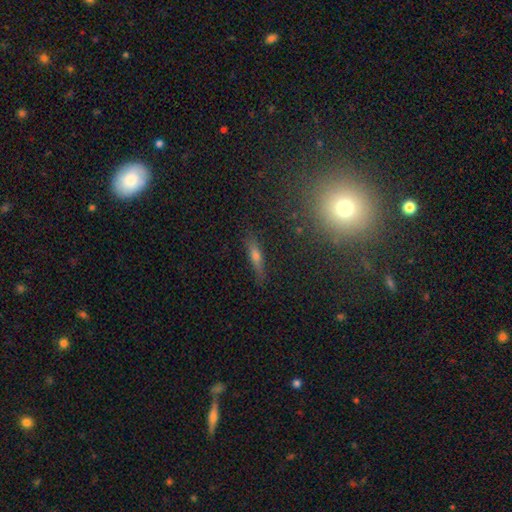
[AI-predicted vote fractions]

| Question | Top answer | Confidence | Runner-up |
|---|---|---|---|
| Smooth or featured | smooth | 44% | featured or disk (41%) |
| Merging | none | 84% | minor disturbance (11%) |